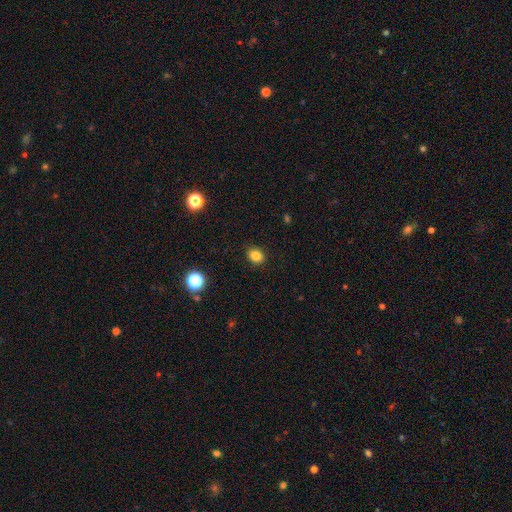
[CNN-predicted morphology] A smooth galaxy with no disk features (83%) that is round (61%). Merging: none (90%).